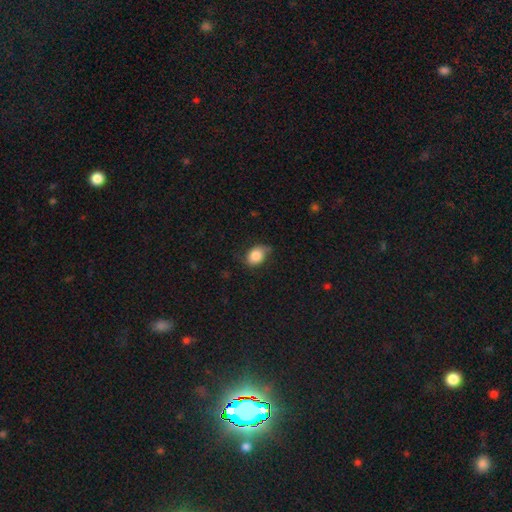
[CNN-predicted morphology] A smooth galaxy with no disk features (82%) that is in between round and cigar-shaped (65%). Merging: none (60%).